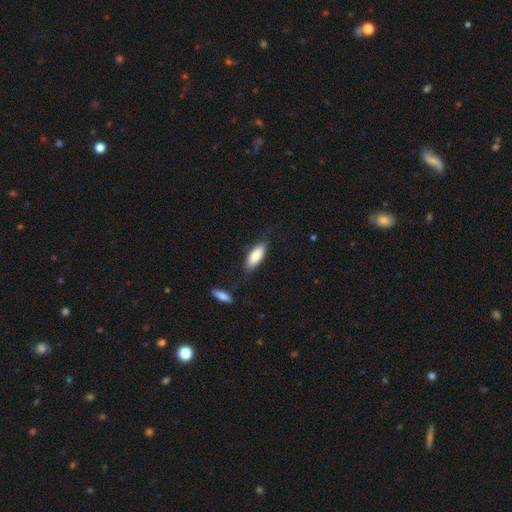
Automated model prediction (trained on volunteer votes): A smooth galaxy with no disk features (81%) that is in between round and cigar-shaped (70%). Merging: none (77%).